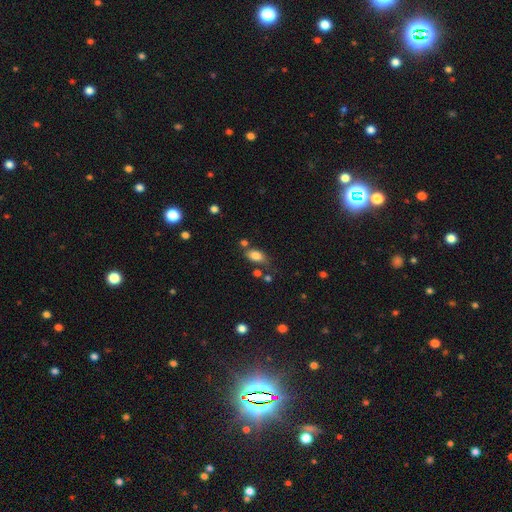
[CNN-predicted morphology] smooth-or-featured: smooth: 81% | star or artifact: 10% | featured or disk: 9%
  how-rounded: in between: 87% | round: 9% | cigar-shaped: 4%
  merging: none: 62% | minor disturbance: 20% | merger: 11% | major disturbance: 7%